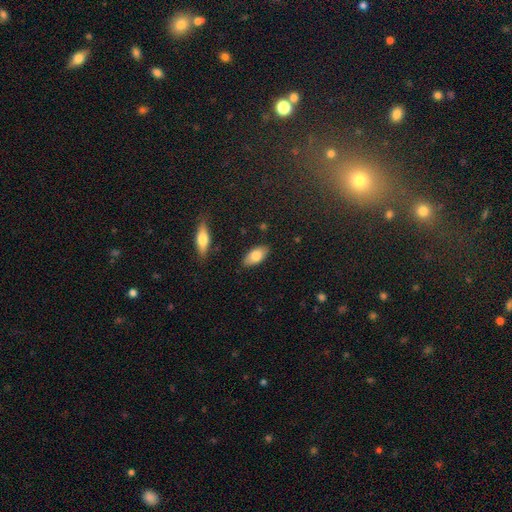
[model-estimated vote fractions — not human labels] Q: Smooth or featured?
A: smooth (80%); runner-up: featured or disk (13%)
Q: How rounded?
A: in between (90%); runner-up: cigar-shaped (7%)
Q: Merging?
A: none (85%); runner-up: minor disturbance (11%)